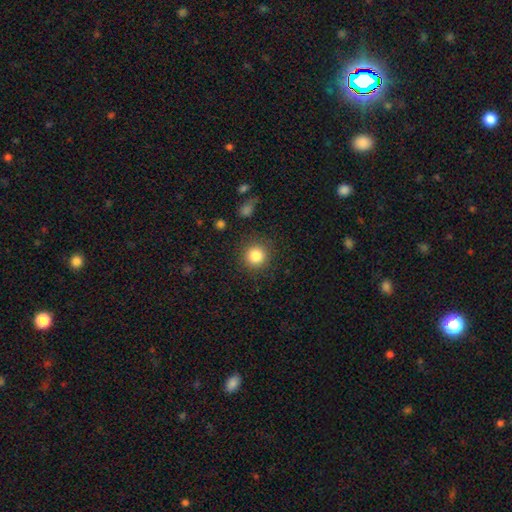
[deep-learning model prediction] Smooth or featured? Predicted: smooth (p=0.84). How rounded? Predicted: round (p=0.93). Merging? Predicted: none (p=0.88).